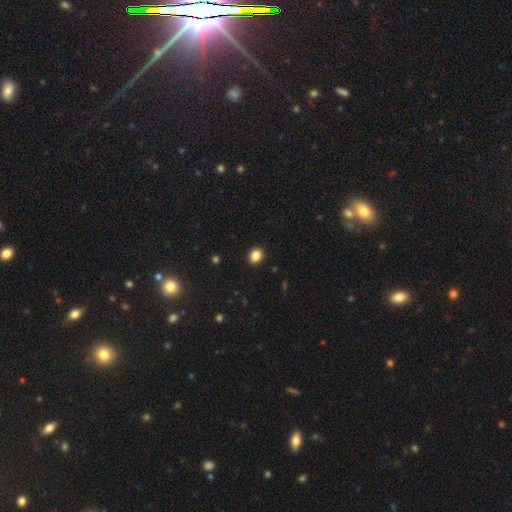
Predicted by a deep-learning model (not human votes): This is clearly a smooth galaxy (85%). How rounded: likely round (67%). Merging: clearly none (92%).